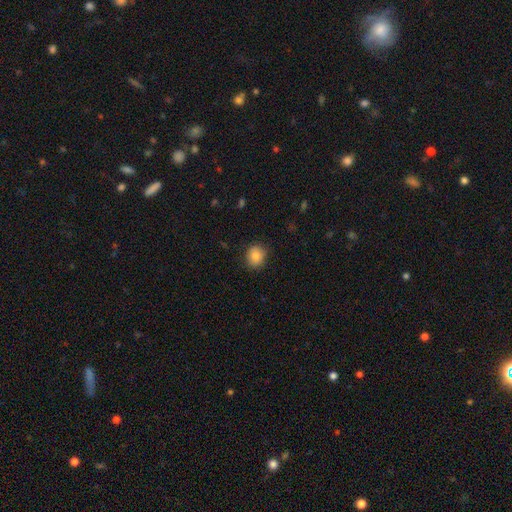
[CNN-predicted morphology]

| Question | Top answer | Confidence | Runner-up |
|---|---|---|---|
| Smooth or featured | smooth | 84% | star or artifact (10%) |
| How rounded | round | 74% | in between (25%) |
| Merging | none | 83% | minor disturbance (13%) |